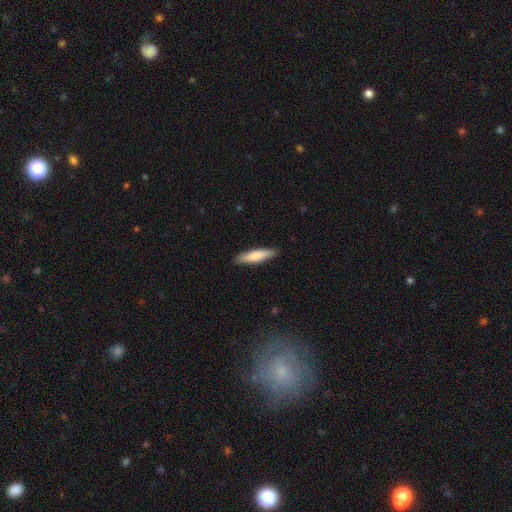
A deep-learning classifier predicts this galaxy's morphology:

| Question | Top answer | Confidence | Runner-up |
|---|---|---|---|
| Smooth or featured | smooth | 74% | featured or disk (21%) |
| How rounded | cigar-shaped | 78% | in between (21%) |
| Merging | none | 89% | minor disturbance (8%) |